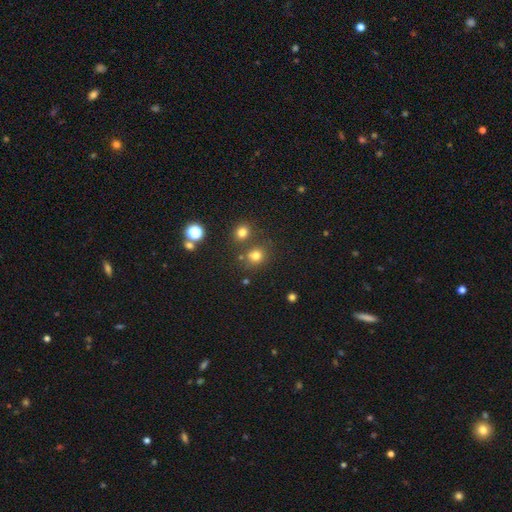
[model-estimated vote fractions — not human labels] Smooth or featured: smooth — 74% (star or artifact — 19%)
How rounded: round — 78% (in between — 21%)
Merging: none — 69% (merger — 17%)